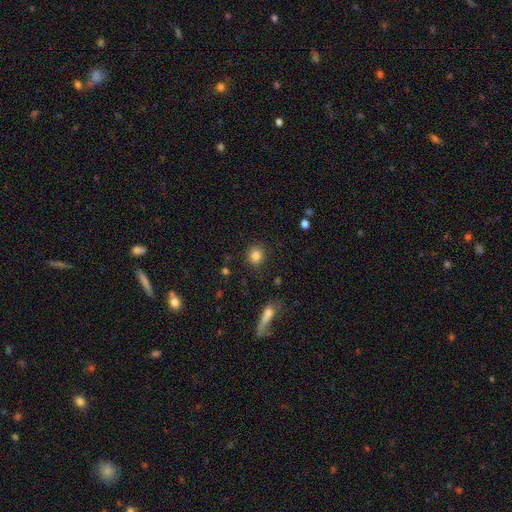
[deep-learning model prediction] smooth-or-featured: smooth: 84% | star or artifact: 10% | featured or disk: 5%
  how-rounded: round: 84% | in between: 14% | cigar-shaped: 1%
  merging: none: 88% | minor disturbance: 7% | major disturbance: 3% | merger: 2%